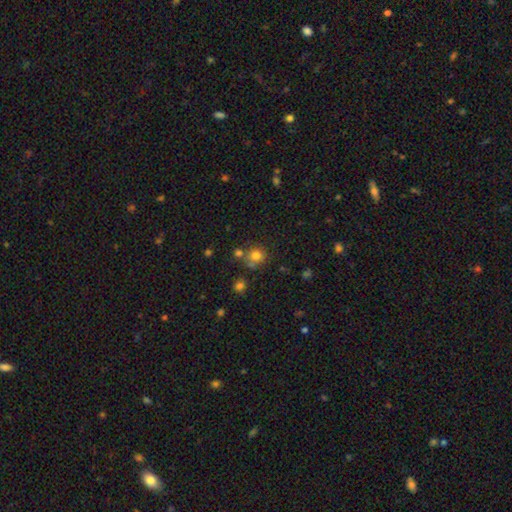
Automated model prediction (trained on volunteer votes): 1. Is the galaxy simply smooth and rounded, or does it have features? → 76% smooth, 15% star or artifact, 9% featured or disk.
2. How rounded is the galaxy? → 85% round, 14% in between, 1% cigar-shaped.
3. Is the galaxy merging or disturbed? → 63% none, 19% merger, 13% minor disturbance, 5% major disturbance.